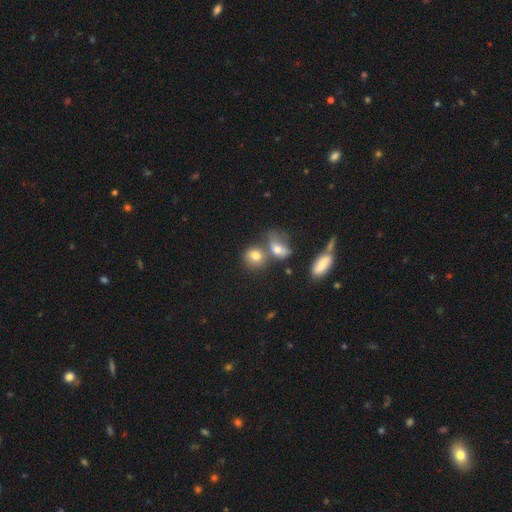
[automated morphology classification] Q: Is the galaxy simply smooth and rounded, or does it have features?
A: smooth — 75%.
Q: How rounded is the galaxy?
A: round — 63%.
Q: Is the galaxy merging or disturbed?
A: none — 42%.